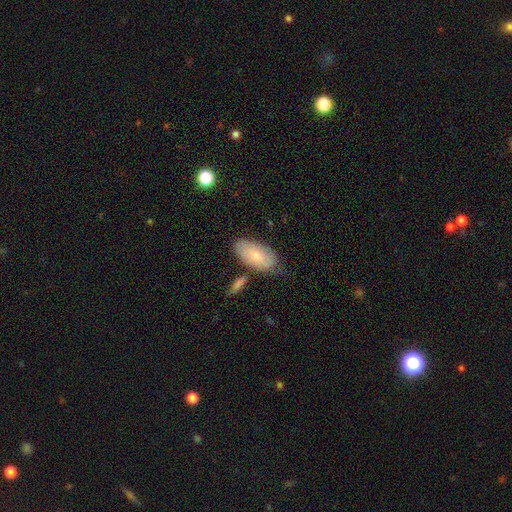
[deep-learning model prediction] smooth 76%, featured or disk 19%, star or artifact 5%. Down the decision tree: how rounded — in between (94%); merging — none (61%).